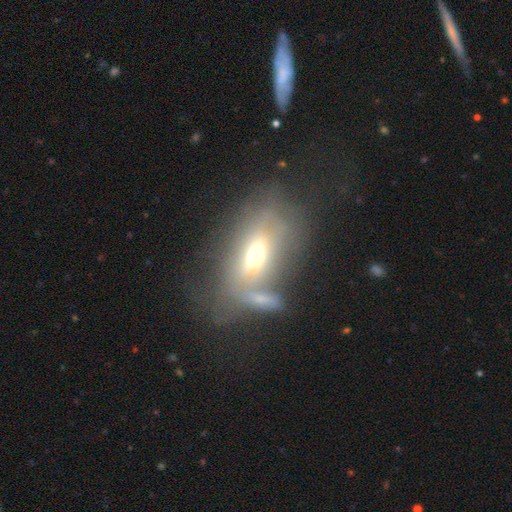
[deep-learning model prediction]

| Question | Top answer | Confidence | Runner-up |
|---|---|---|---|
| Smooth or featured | featured or disk | 46% | smooth (44%) |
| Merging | none | 32% | merger (27%) |